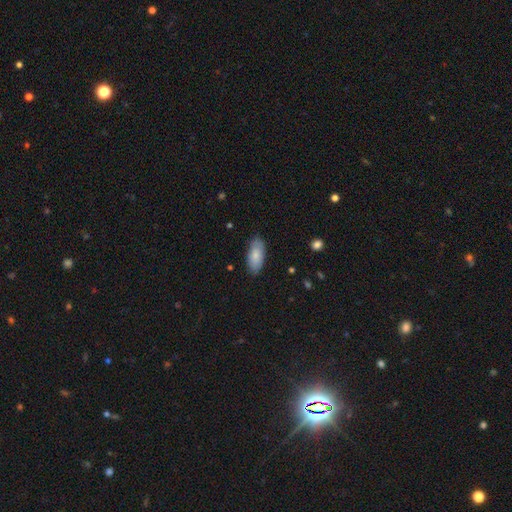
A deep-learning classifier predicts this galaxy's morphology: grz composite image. It shows a smooth galaxy with no disk features (82%) that is in between round and cigar-shaped (90%). Merging: none (84%).